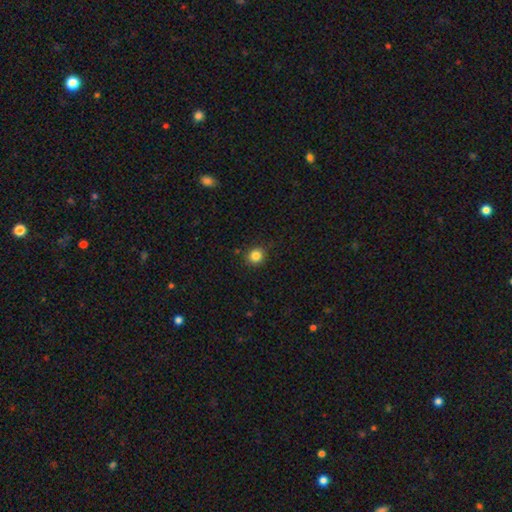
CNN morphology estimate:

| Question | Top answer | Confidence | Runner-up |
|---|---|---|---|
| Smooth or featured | smooth | 84% | star or artifact (12%) |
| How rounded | round | 88% | in between (11%) |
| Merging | none | 88% | minor disturbance (9%) |